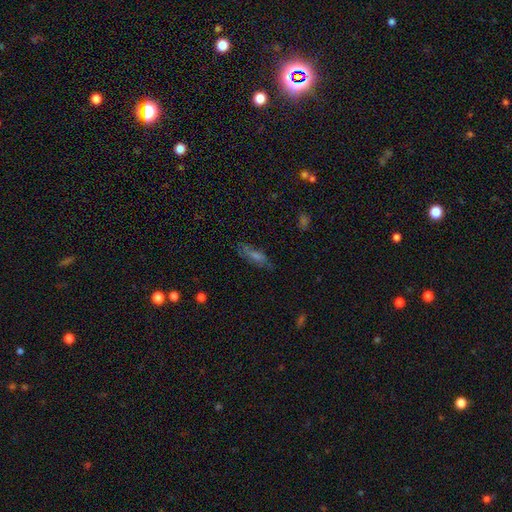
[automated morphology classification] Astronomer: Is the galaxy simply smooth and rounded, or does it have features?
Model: smooth — 40% (runner-up: featured or disk, 39%).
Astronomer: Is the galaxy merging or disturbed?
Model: none — 76%.